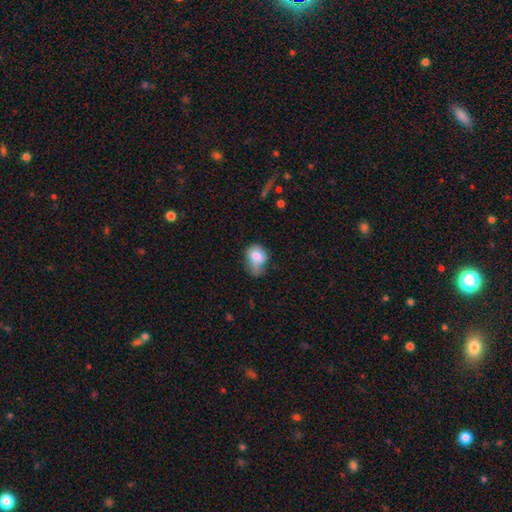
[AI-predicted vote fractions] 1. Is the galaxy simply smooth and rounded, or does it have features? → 74% smooth, 18% featured or disk, 8% star or artifact.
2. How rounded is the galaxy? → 53% in between, 45% round, 1% cigar-shaped.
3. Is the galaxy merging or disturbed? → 35% minor disturbance, 31% major disturbance, 24% none, 10% merger.